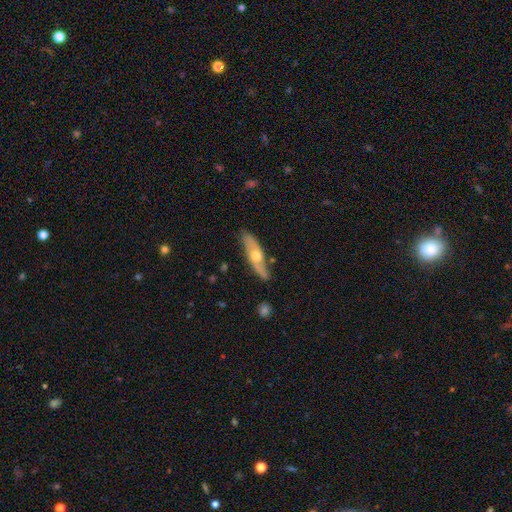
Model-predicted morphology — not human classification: The model was most divided on "edge-on disk": yes: 60%, no: 40%. More confident: merging — none (79%); smooth or featured — featured or disk (58%).